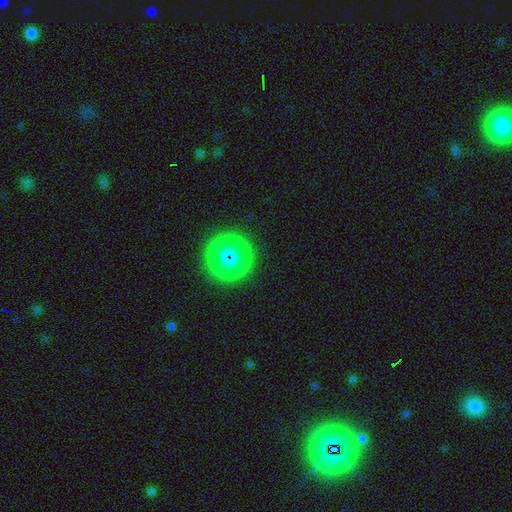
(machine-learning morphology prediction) Overall: star or artifact (77%).